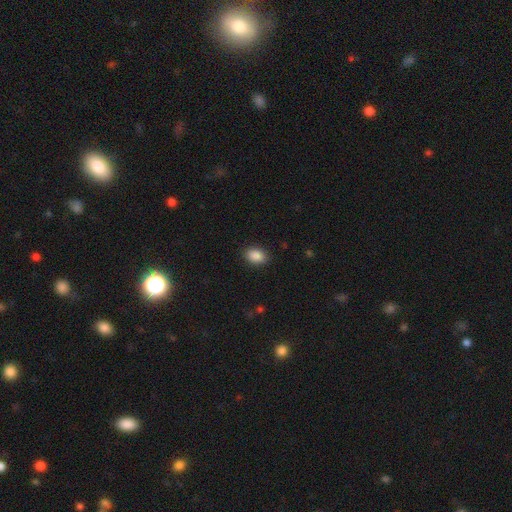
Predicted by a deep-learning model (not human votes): A smooth galaxy with no disk features (89%) that is in between round and cigar-shaped (75%). Merging: none (88%).